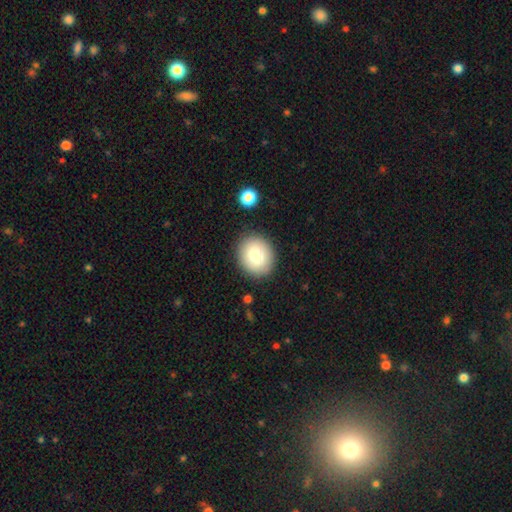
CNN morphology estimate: Smooth or featured? Predicted: smooth (p=0.77). How rounded? Predicted: round (p=0.67). Merging? Predicted: none (p=0.86).